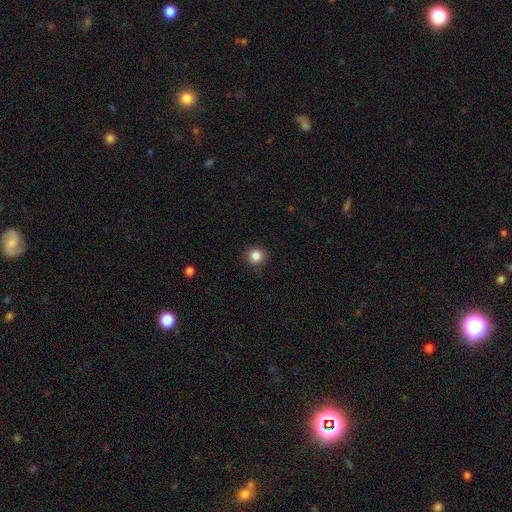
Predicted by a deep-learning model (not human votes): Smooth or featured? smooth (85%)
How rounded? round (93%)
Merging? none (89%)